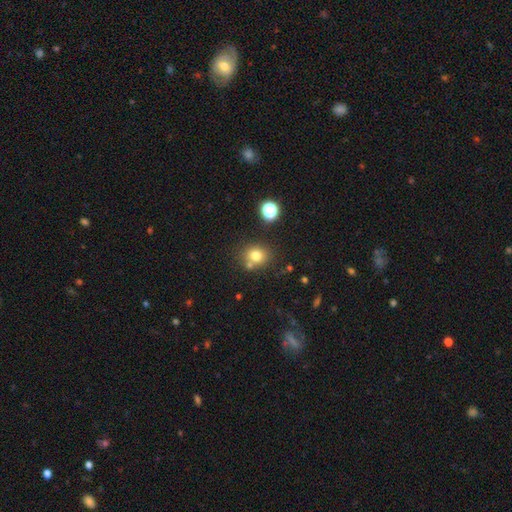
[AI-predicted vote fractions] This is likely a smooth galaxy (76%). How rounded: likely round (76%). Merging: likely none (71%).